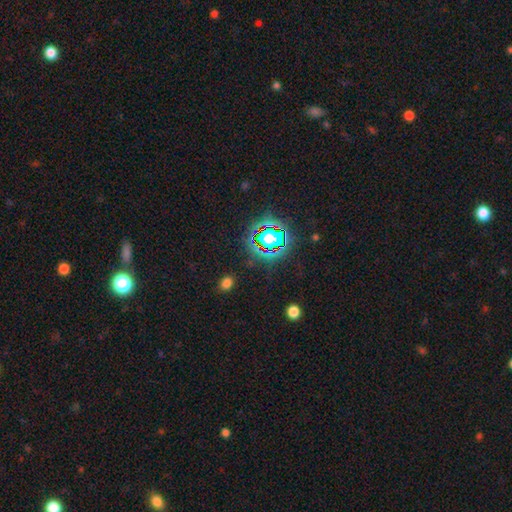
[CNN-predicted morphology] type=star or artifact (80%).